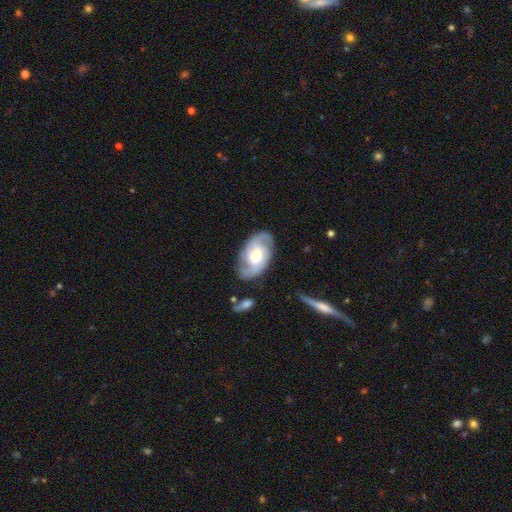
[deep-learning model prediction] The model was most divided on "spiral winding": medium: 45%, tight: 38%, loose: 16%. More confident: edge-on disk — no (96%); spiral arms — yes (93%); smooth or featured — featured or disk (77%); merging — none (75%); spiral arm count — 2 (69%); bar — no (58%); bulge size — moderate (56%).